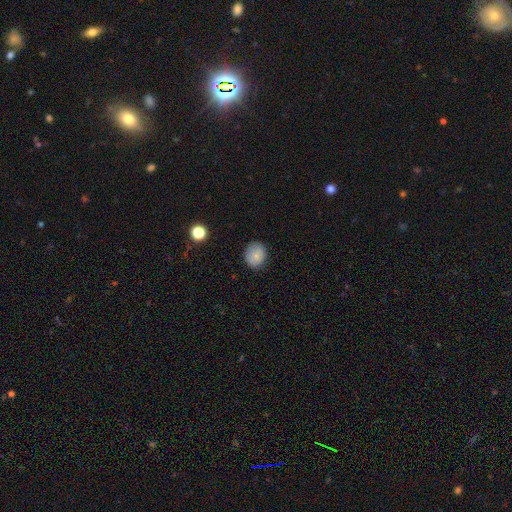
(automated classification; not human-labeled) smooth-or-featured: smooth: 79% | featured or disk: 12% | star or artifact: 9%
  how-rounded: round: 72% | in between: 27% | cigar-shaped: 1%
  merging: none: 83% | minor disturbance: 13% | major disturbance: 3% | merger: 1%